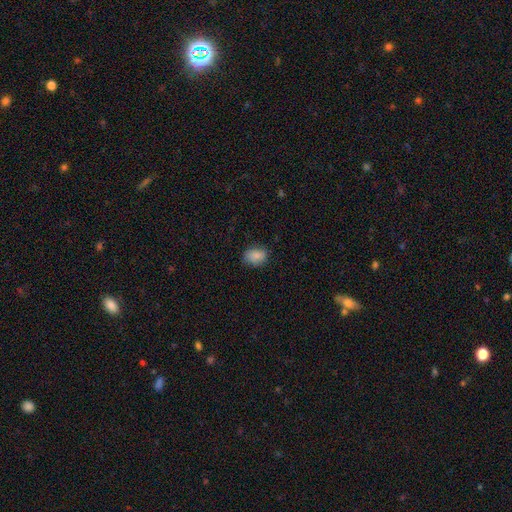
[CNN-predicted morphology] This appears to be a smooth galaxy with no disk features (87%) that is in between round and cigar-shaped (69%). Merging: none (78%).